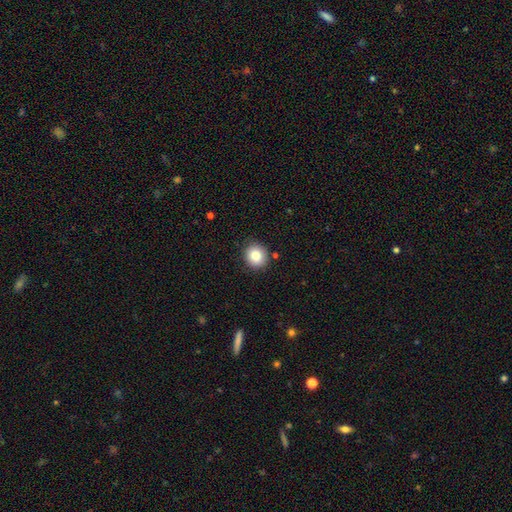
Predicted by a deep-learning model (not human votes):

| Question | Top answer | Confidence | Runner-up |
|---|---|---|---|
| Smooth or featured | smooth | 85% | star or artifact (9%) |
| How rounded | round | 85% | in between (14%) |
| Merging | none | 87% | minor disturbance (8%) |